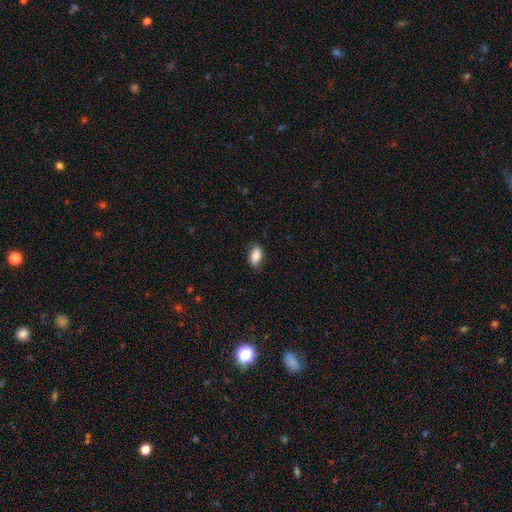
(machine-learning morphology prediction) Overall: smooth (86%). How rounded: in between (91%). Merging: none (83%).